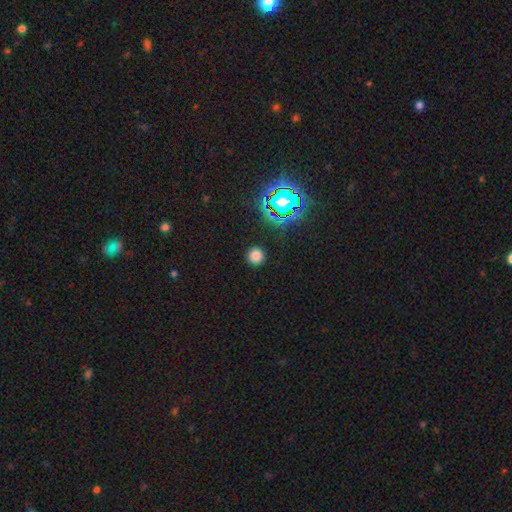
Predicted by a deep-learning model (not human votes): Smooth or featured?
  - smooth: 75% *
  - star or artifact: 19%
  - featured or disk: 6%
How rounded?
  - round: 95% *
  - in between: 4%
  - cigar-shaped: 1%
Merging?
  - none: 90% *
  - minor disturbance: 6%
  - major disturbance: 2%
  - merger: 1%